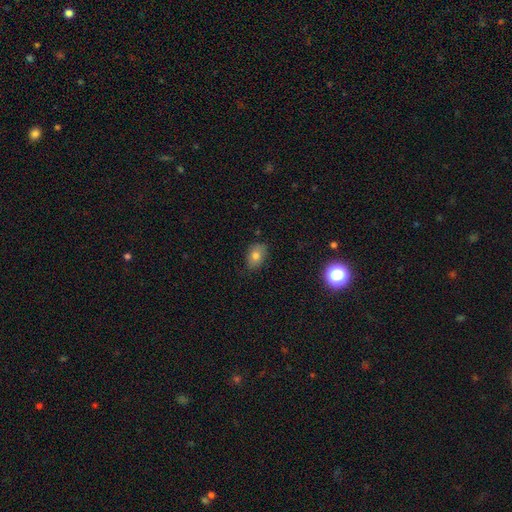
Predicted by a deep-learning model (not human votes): This is likely a smooth galaxy (77%). How rounded: likely in between (80%). Merging: likely none (77%).